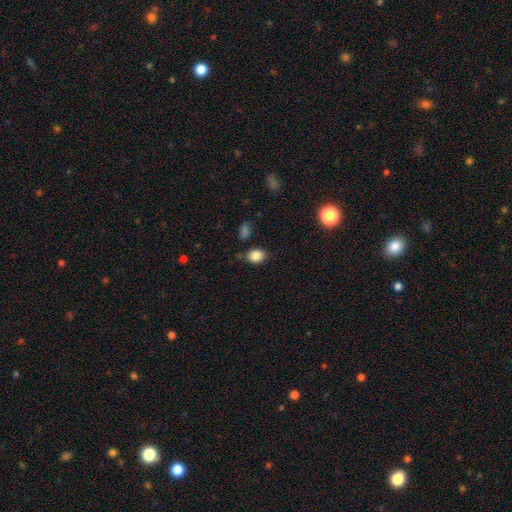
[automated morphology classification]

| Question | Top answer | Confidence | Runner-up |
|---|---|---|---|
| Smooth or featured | smooth | 85% | star or artifact (10%) |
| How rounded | in between | 58% | round (41%) |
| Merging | none | 77% | minor disturbance (15%) |